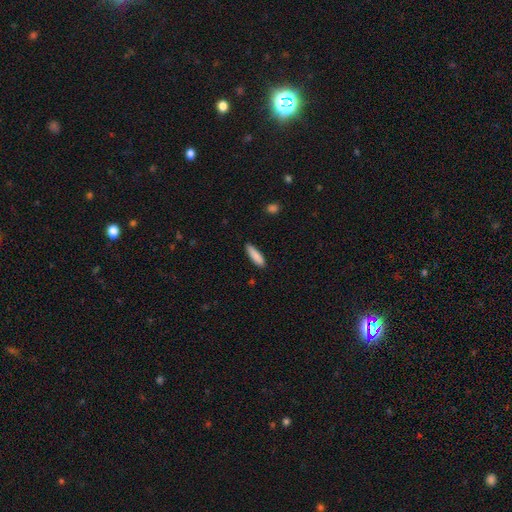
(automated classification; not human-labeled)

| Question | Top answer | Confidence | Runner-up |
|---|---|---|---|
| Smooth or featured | smooth | 87% | featured or disk (7%) |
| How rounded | cigar-shaped | 67% | in between (32%) |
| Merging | none | 86% | minor disturbance (11%) |